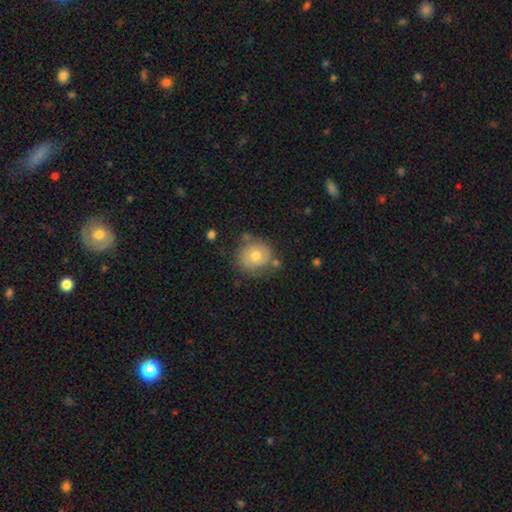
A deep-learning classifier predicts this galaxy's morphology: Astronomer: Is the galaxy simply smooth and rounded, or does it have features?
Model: smooth — 56% (runner-up: featured or disk, 35%).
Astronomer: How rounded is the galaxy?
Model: round — 85%.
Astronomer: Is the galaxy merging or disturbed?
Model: none — 68%.